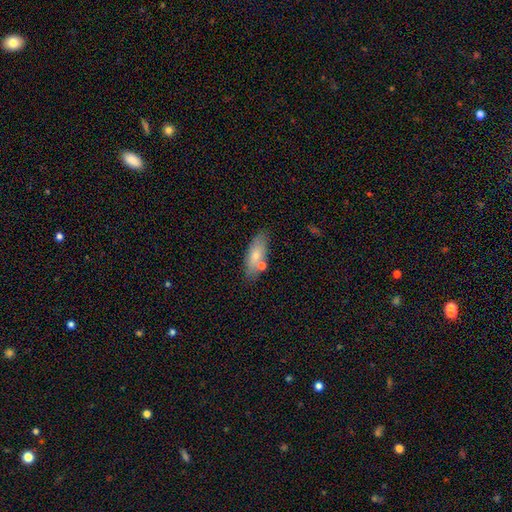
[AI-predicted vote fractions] smooth 71%, featured or disk 22%, star or artifact 7%. Down the decision tree: how rounded — in between (71%); merging — none (72%).